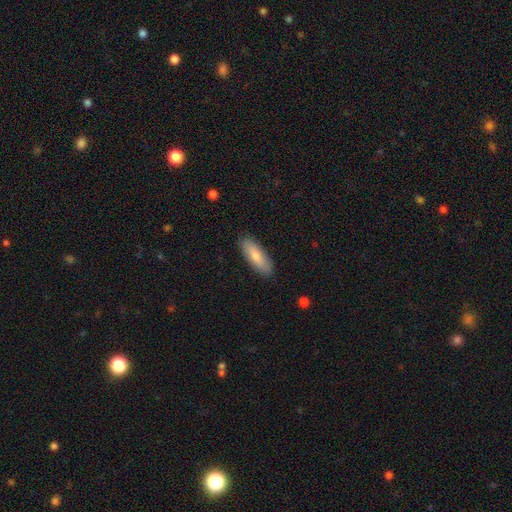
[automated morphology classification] This appears to be a smooth galaxy with no disk features (76%) that is in between round and cigar-shaped (57%). Merging: none (88%).